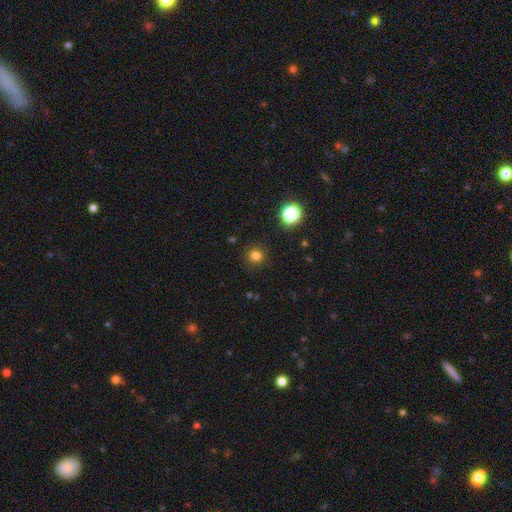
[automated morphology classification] Smooth or featured: smooth — 79% (star or artifact — 16%)
How rounded: round — 90% (in between — 9%)
Merging: none — 90% (minor disturbance — 7%)